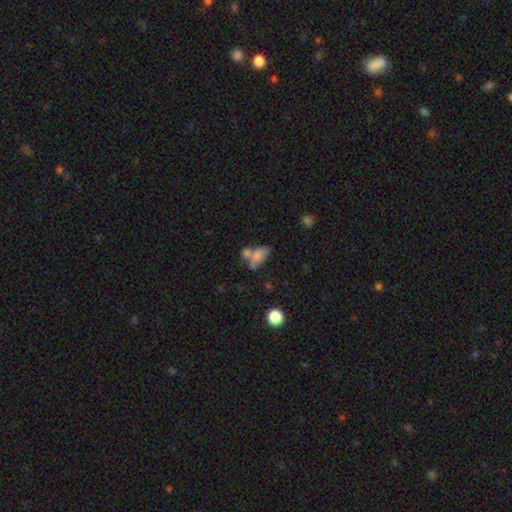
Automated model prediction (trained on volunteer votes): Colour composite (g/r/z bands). It shows a smooth galaxy with no disk features (71%) that is in between round and cigar-shaped (85%). Merging: merger (45%).